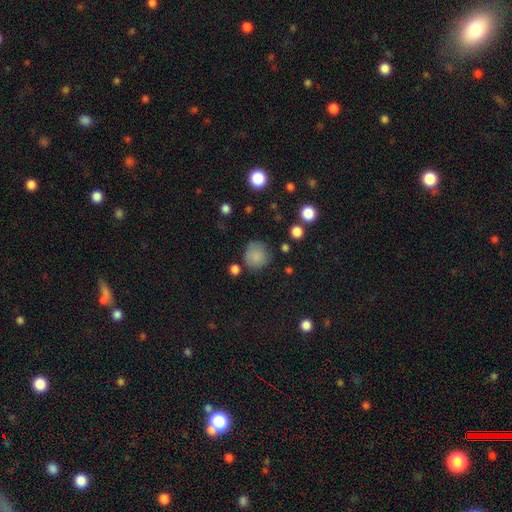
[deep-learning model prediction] Smooth or featured? Predicted: smooth (p=0.83). How rounded? Predicted: round (p=0.89). Merging? Predicted: none (p=0.70).